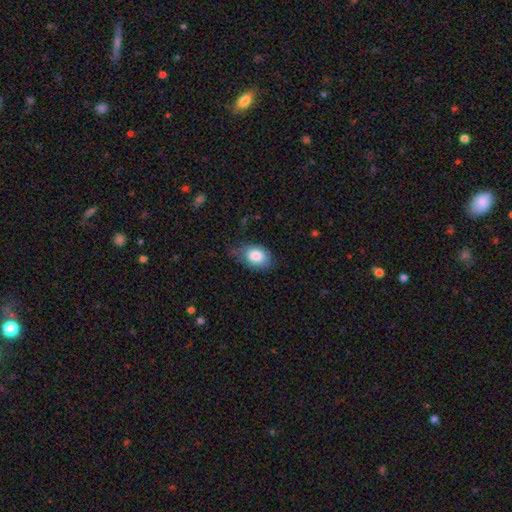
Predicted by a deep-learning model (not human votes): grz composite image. It shows a smooth galaxy with no disk features (82%) that is in between round and cigar-shaped (77%). Merging: none (59%).